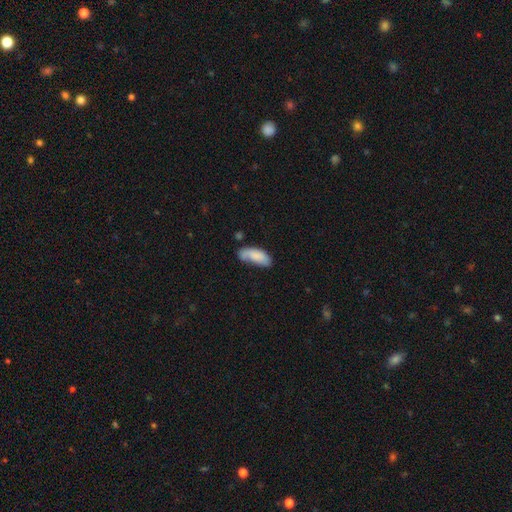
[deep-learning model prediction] smooth-or-featured: smooth: 81% | featured or disk: 13% | star or artifact: 6%
  how-rounded: in between: 80% | cigar-shaped: 18% | round: 2%
  merging: none: 46% | minor disturbance: 32% | major disturbance: 14% | merger: 8%